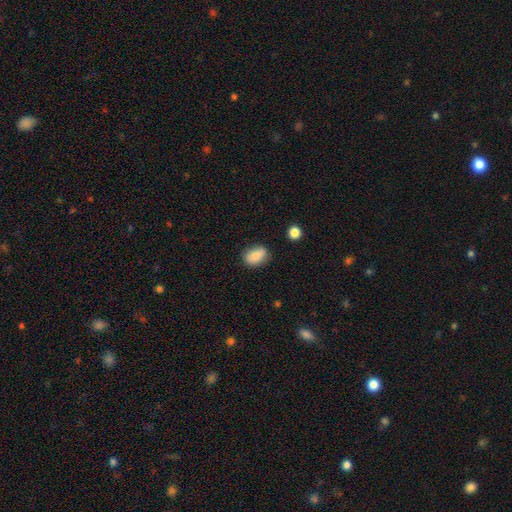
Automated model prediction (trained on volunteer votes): A smooth galaxy with no disk features (84%) that is in between round and cigar-shaped (79%). Merging: none (79%).